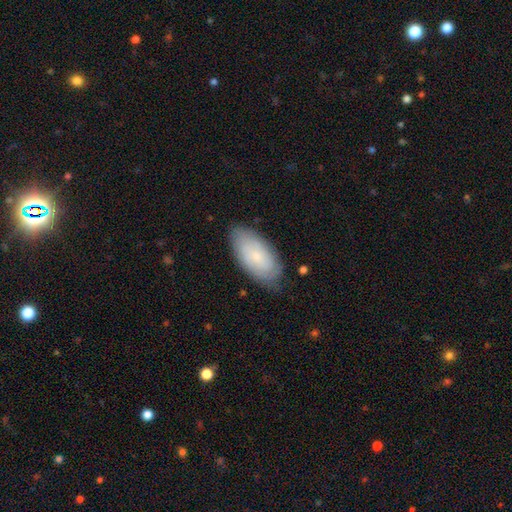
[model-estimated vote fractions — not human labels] smooth-or-featured: smooth: 51% | featured or disk: 41% | star or artifact: 8%
  how-rounded: in between: 92% | cigar-shaped: 6% | round: 3%
  merging: none: 77% | minor disturbance: 18% | major disturbance: 4% | merger: 1%